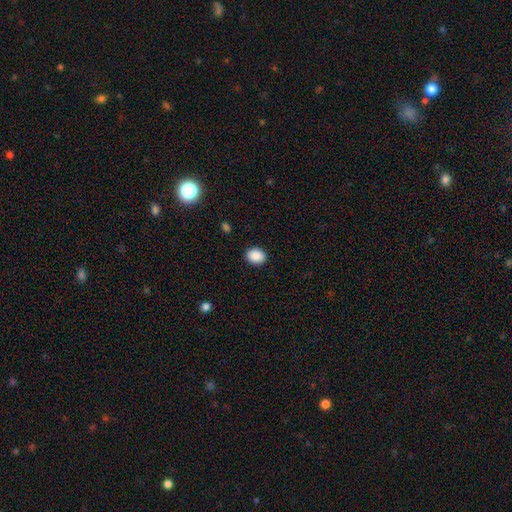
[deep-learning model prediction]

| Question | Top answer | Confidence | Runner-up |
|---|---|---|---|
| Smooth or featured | smooth | 89% | star or artifact (8%) |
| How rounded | in between | 53% | round (46%) |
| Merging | none | 90% | minor disturbance (7%) |